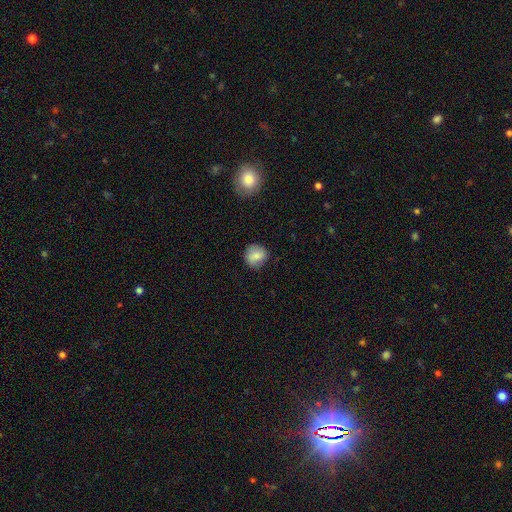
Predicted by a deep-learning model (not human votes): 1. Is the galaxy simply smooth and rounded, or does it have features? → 80% smooth, 12% featured or disk, 8% star or artifact.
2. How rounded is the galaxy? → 86% round, 13% in between, 1% cigar-shaped.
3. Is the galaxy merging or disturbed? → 80% none, 15% minor disturbance, 3% major disturbance, 2% merger.